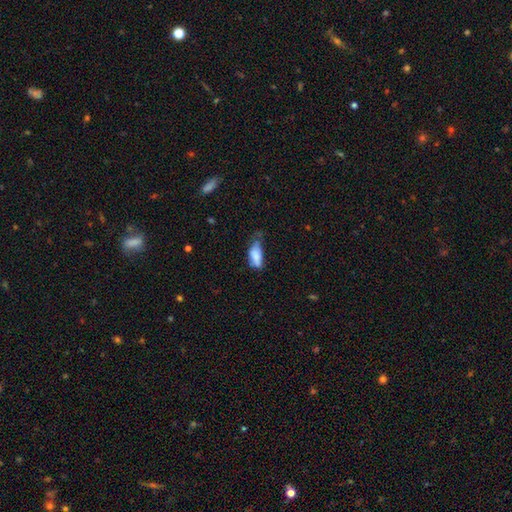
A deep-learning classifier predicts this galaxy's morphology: Overall: smooth (78%). How rounded: in between (85%). Merging: minor disturbance (41%; none 29%).